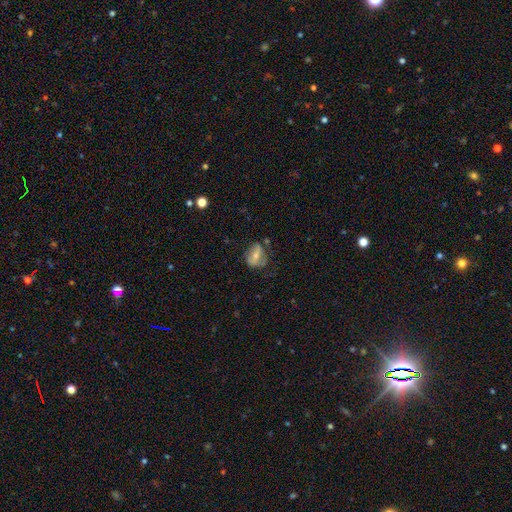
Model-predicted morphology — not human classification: smooth 51%, featured or disk 40%, star or artifact 9%. Down the decision tree: how rounded — in between (61%); merging — none (48%).